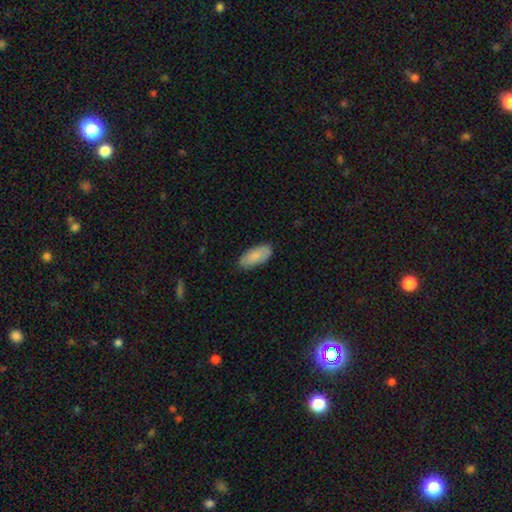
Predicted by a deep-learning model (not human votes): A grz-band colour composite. It shows a smooth galaxy with no disk features (82%) that is in between round and cigar-shaped (89%). Merging: none (83%).